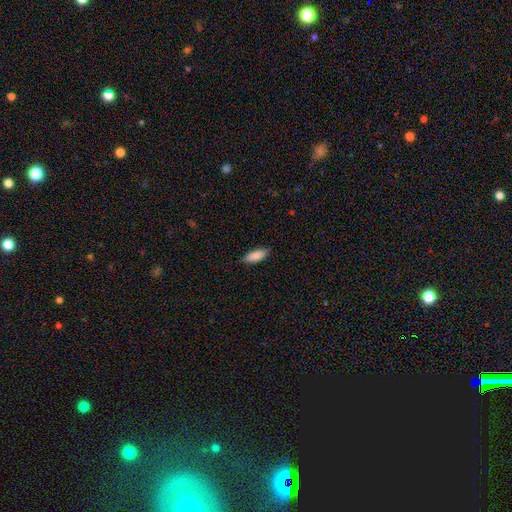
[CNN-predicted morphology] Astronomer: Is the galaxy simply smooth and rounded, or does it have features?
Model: smooth — 89%.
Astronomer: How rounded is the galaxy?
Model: in between — 73%.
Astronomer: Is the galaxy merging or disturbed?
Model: none — 85%.